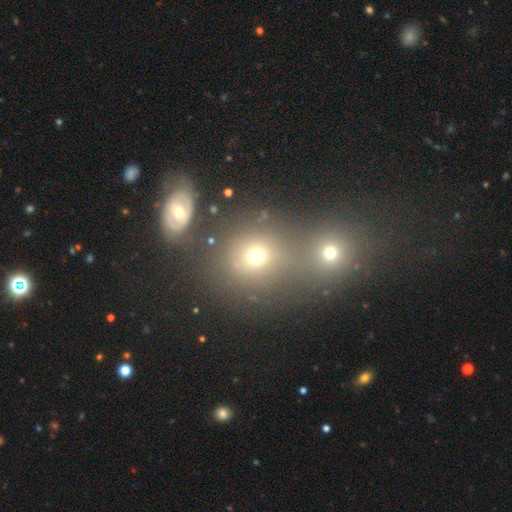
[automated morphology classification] Smooth or featured? smooth (68%)
How rounded? round (79%)
Merging? merger (44%, tied with none)